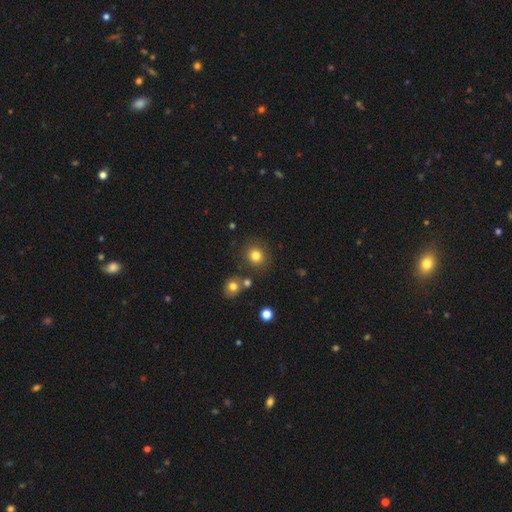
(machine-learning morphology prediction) Q: Smooth or featured?
A: smooth (80%); runner-up: star or artifact (13%)
Q: How rounded?
A: round (86%); runner-up: in between (13%)
Q: Merging?
A: none (82%); runner-up: minor disturbance (9%)